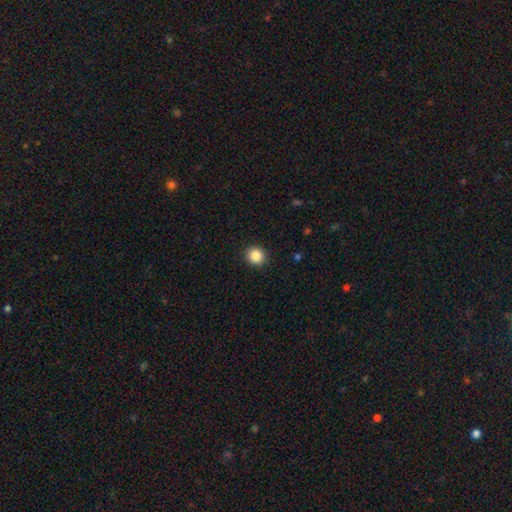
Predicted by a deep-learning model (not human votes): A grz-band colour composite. It shows a smooth galaxy with no disk features (87%) that is round (90%). Merging: none (92%).